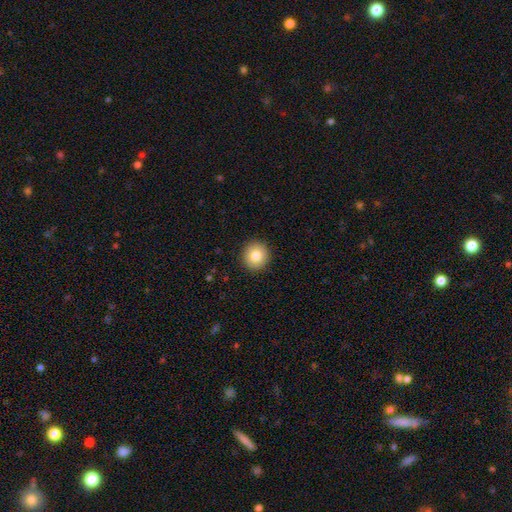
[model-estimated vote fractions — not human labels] A smooth galaxy with no disk features (82%) that is round (91%). Merging: none (92%).